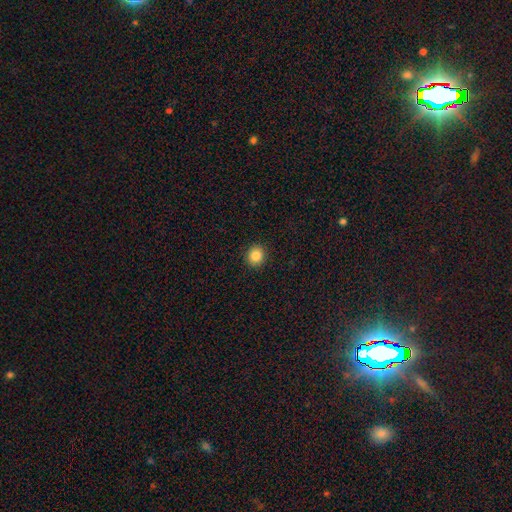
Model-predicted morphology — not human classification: Smooth or featured? smooth (85%)
How rounded? round (85%)
Merging? none (92%)